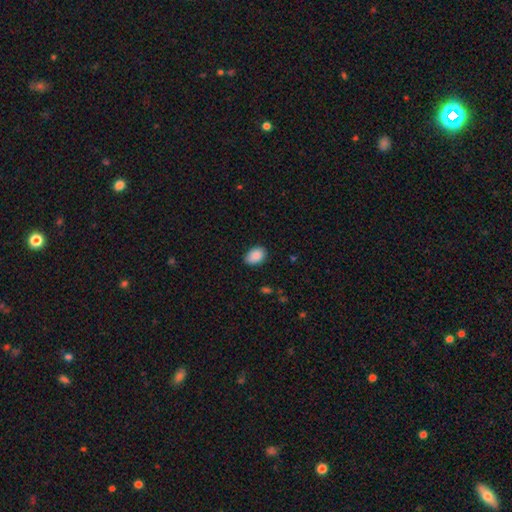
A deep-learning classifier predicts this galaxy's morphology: smooth 88%, star or artifact 7%, featured or disk 4%. Down the decision tree: how rounded — in between (82%); merging — none (78%).